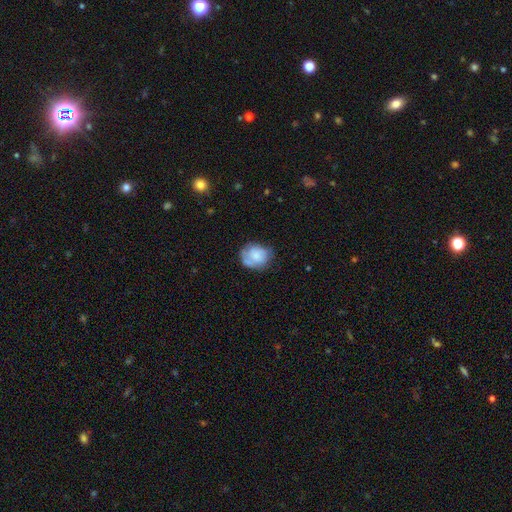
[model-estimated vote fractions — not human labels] A smooth galaxy with no disk features (65%) that is round (61%). Merging: none (54%).